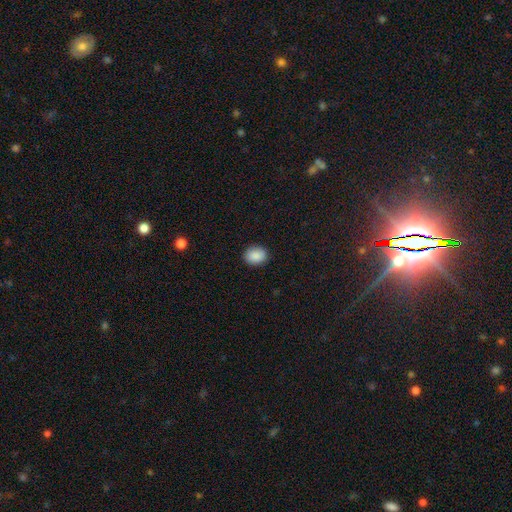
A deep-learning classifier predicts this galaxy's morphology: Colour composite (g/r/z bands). It shows a smooth galaxy with no disk features (89%) that is in between round and cigar-shaped (56%). Merging: none (90%).